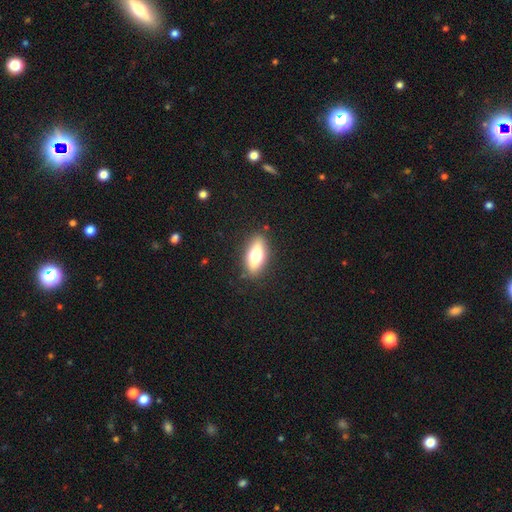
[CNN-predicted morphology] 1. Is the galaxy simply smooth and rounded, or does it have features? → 63% smooth, 30% featured or disk, 7% star or artifact.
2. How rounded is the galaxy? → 74% in between, 22% cigar-shaped, 4% round.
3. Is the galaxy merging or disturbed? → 85% none, 10% minor disturbance, 3% major disturbance, 1% merger.